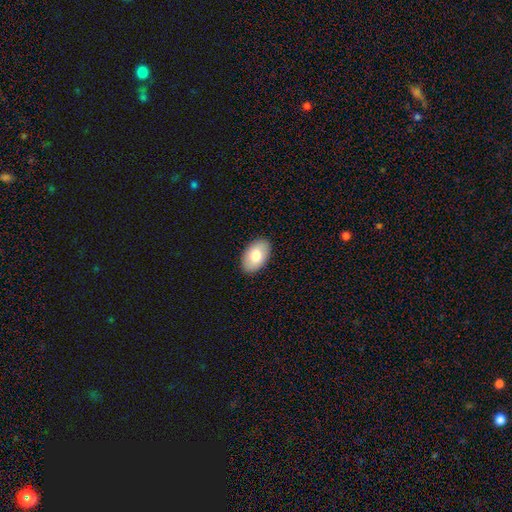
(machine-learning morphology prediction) A smooth galaxy with no disk features (78%) that is in between round and cigar-shaped (93%).

Vote fractions:
- Smooth or featured? smooth: 78% / featured or disk: 16% / star or artifact: 6%
- How rounded? in between: 93% / round: 6% / cigar-shaped: 1%
- Merging? none: 90% / minor disturbance: 8% / major disturbance: 2% / merger: 1%